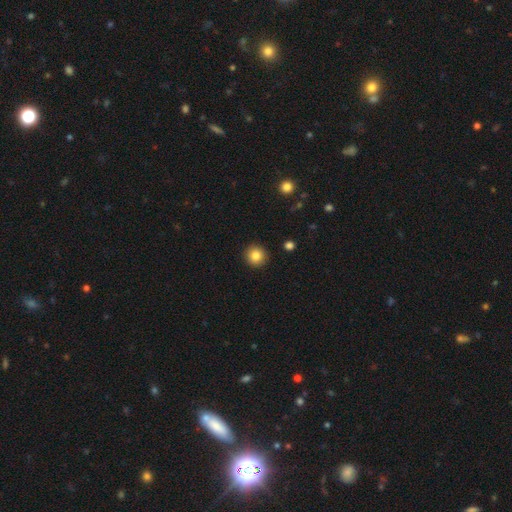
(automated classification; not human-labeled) A smooth galaxy with no disk features (84%) that is round (93%). Merging: none (92%).